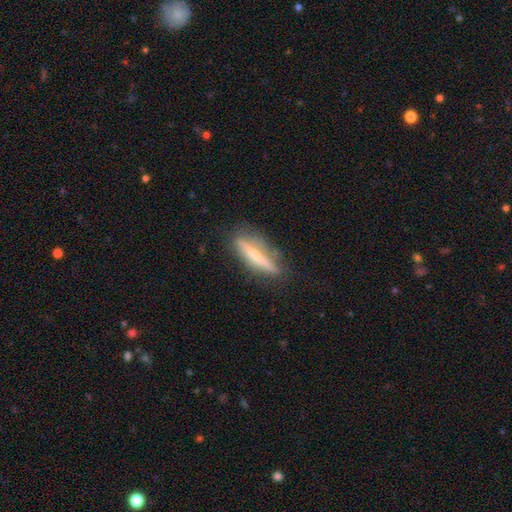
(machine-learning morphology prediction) smooth_or_featured: featured or disk (p=0.50) [alt: smooth p=0.43]
disk_edge_on: yes (p=0.87) [alt: no p=0.13]
merging: none (p=0.77) [alt: minor disturbance p=0.16]